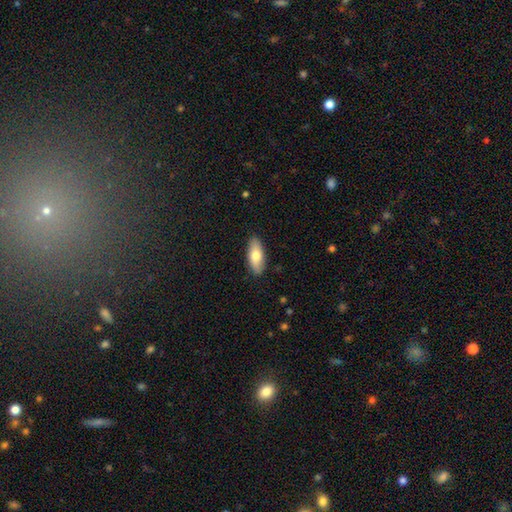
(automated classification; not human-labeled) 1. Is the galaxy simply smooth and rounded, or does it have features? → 72% smooth, 23% featured or disk, 6% star or artifact.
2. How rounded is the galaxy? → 79% in between, 18% cigar-shaped, 3% round.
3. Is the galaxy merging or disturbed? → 87% none, 10% minor disturbance, 2% major disturbance, 1% merger.